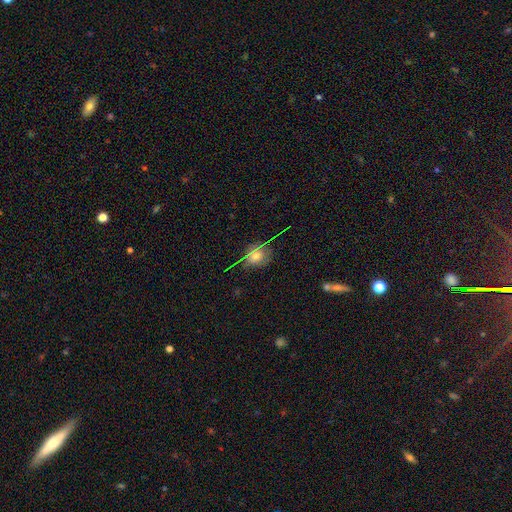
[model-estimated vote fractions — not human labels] A smooth galaxy with no disk features (64%) that is round (74%). Merging: none (76%).